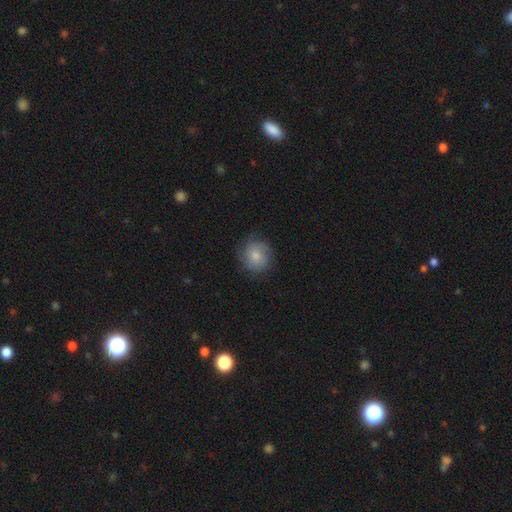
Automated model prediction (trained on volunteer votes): Overall: smooth (69%). How rounded: round (89%). Merging: none (76%).